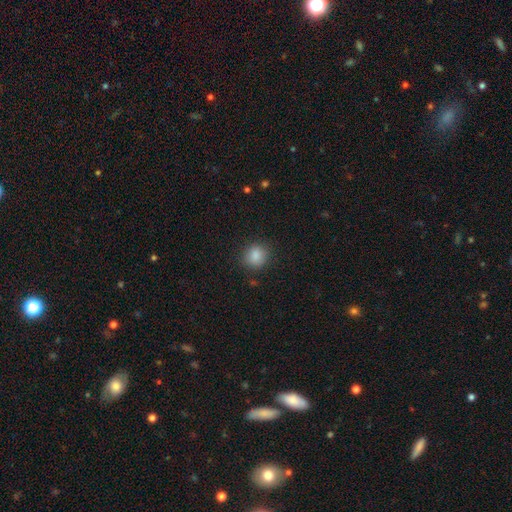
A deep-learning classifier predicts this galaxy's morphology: Smooth or featured: smooth — 87% (star or artifact — 9%)
How rounded: round — 80% (in between — 19%)
Merging: none — 86% (minor disturbance — 10%)